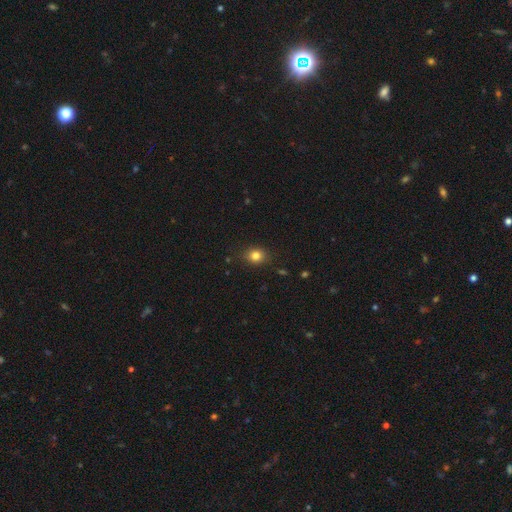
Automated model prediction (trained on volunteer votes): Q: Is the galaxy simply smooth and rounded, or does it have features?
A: smooth — 82%.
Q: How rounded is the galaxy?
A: round — 59%.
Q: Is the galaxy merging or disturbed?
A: none — 86%.